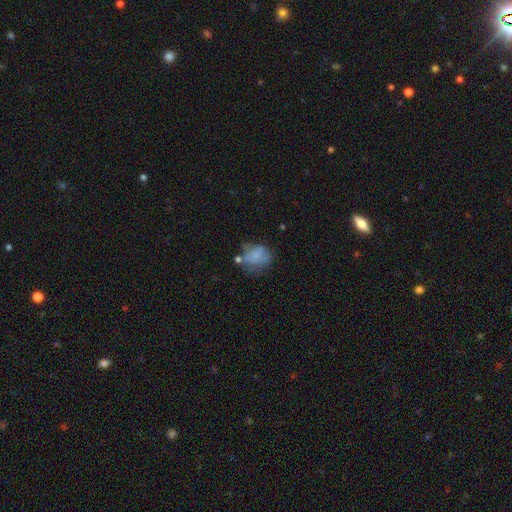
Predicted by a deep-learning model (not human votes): Overall: smooth (65%). How rounded: in between (55%; round 44%). Merging: none (36%; minor disturbance 29%).